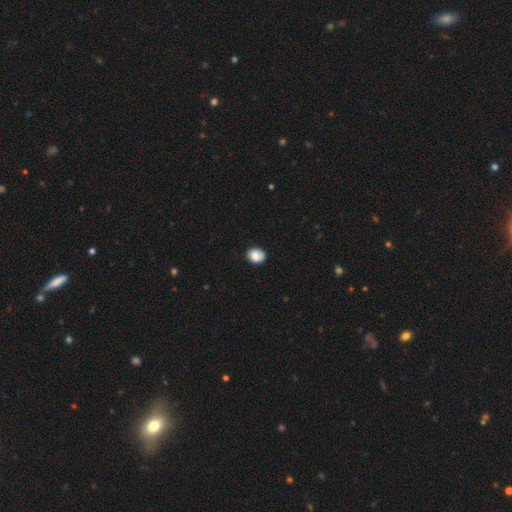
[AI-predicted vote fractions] Smooth or featured? smooth (85%)
How rounded? round (55%)
Merging? none (81%)